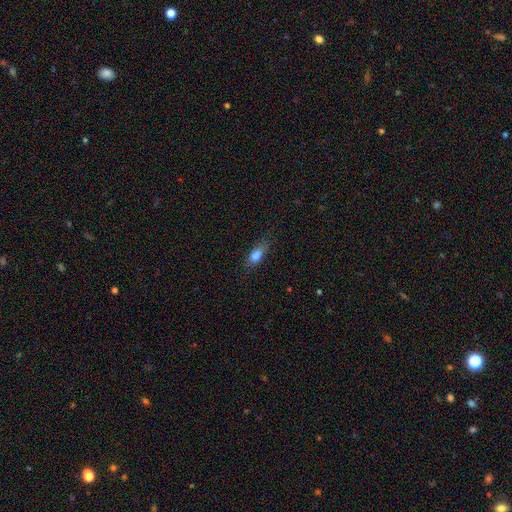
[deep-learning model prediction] Smooth or featured? smooth (79%)
How rounded? in between (72%)
Merging? none (61%)